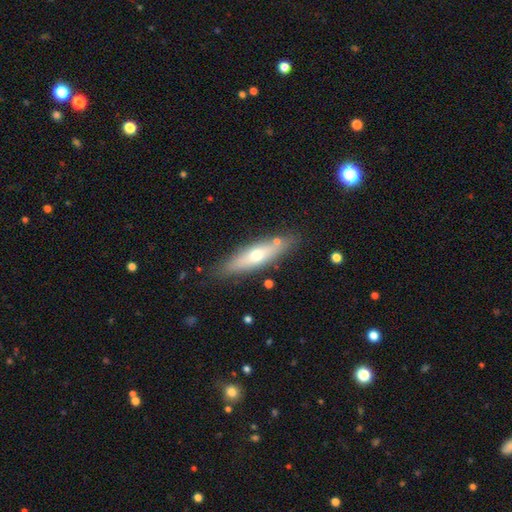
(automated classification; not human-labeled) Smooth or featured: smooth — 48% (featured or disk — 45%)
Merging: none — 81% (minor disturbance — 13%)